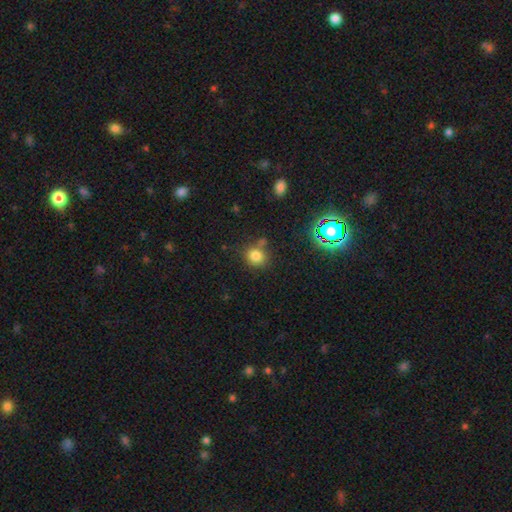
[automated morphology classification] smooth-or-featured: smooth: 78% | star or artifact: 15% | featured or disk: 7%
  how-rounded: round: 80% | in between: 19% | cigar-shaped: 1%
  merging: none: 71% | minor disturbance: 13% | merger: 12% | major disturbance: 4%